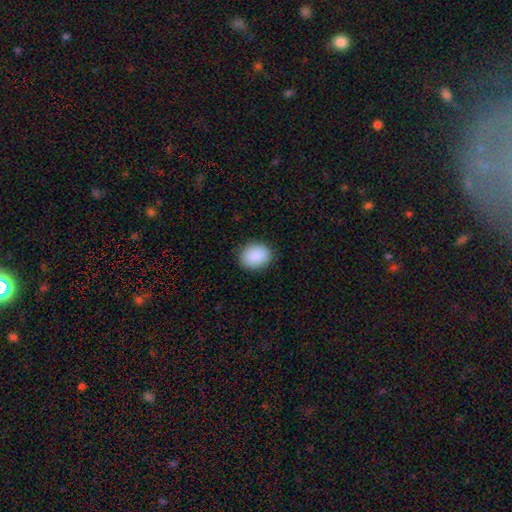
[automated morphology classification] type=smooth (90%); roundness=in between (50%); merging=none (88%).